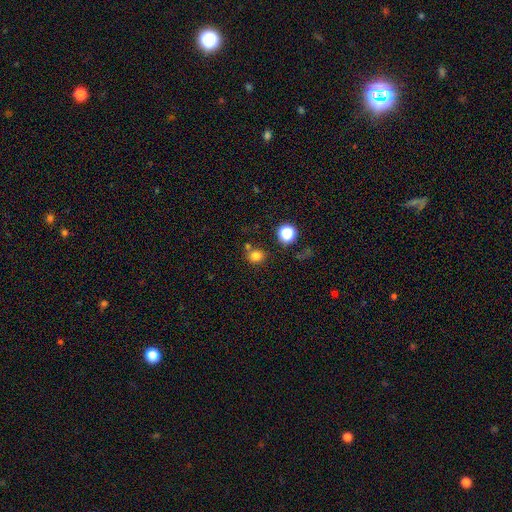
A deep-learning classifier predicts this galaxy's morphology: A smooth galaxy with no disk features (79%) that is round (78%). Merging: none (73%).